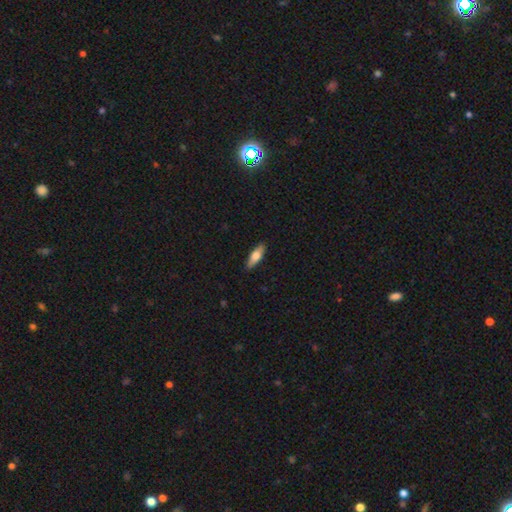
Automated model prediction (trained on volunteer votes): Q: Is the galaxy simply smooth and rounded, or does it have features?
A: smooth — 67%.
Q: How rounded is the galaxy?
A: in between — 50%.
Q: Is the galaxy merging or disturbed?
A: none — 88%.